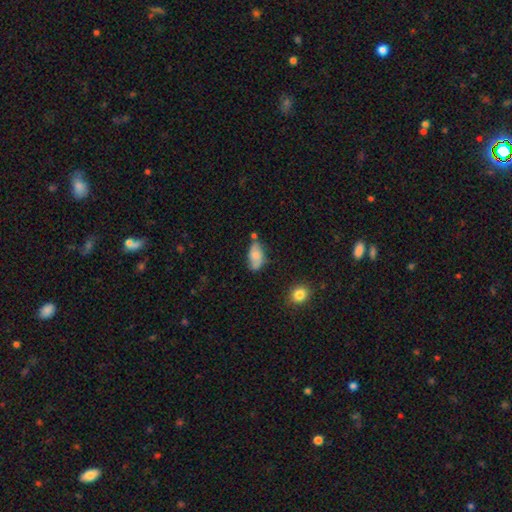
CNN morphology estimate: smooth 65%, featured or disk 27%, star or artifact 9%. Down the decision tree: how rounded — in between (90%); merging — none (56%).